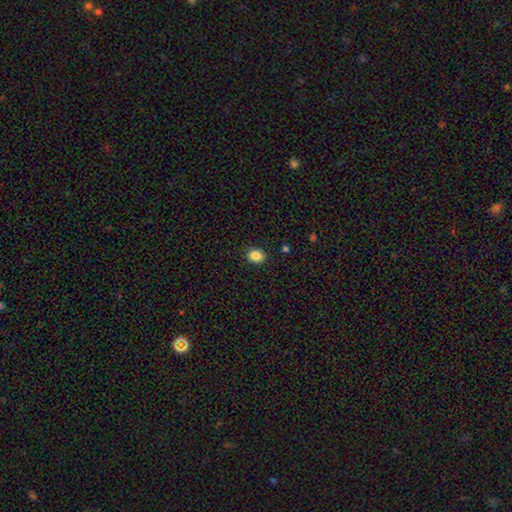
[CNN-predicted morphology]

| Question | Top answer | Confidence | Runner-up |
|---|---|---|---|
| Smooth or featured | smooth | 85% | star or artifact (10%) |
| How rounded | in between | 51% | round (48%) |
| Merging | none | 89% | minor disturbance (8%) |